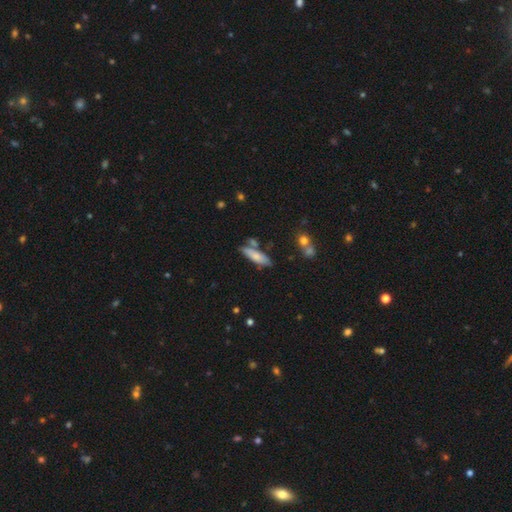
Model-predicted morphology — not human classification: A smooth galaxy with no disk features (72%) that is cigar-shaped (60%). Merging: none (65%).